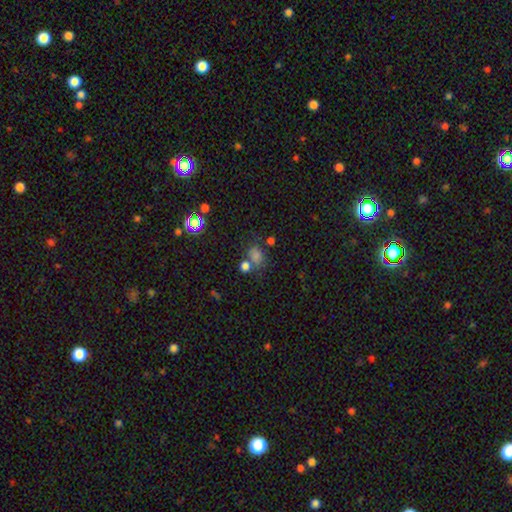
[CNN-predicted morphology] Q: Smooth or featured?
A: smooth (63%); runner-up: star or artifact (28%)
Q: How rounded?
A: in between (52%); runner-up: round (47%)
Q: Merging?
A: none (54%); runner-up: merger (23%)